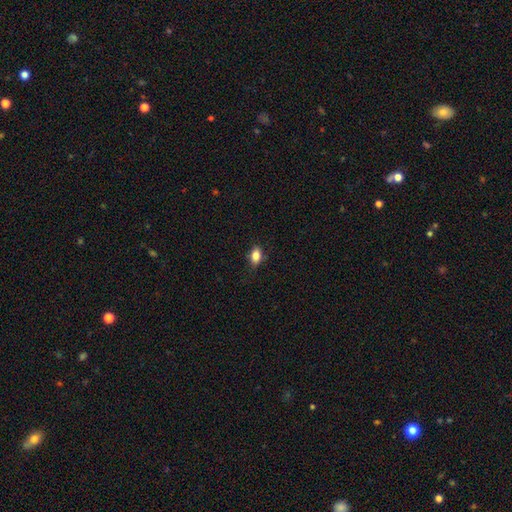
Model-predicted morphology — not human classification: smooth-or-featured: smooth: 83% | star or artifact: 9% | featured or disk: 8%
  how-rounded: in between: 82% | round: 15% | cigar-shaped: 3%
  merging: none: 80% | minor disturbance: 16% | major disturbance: 3% | merger: 1%